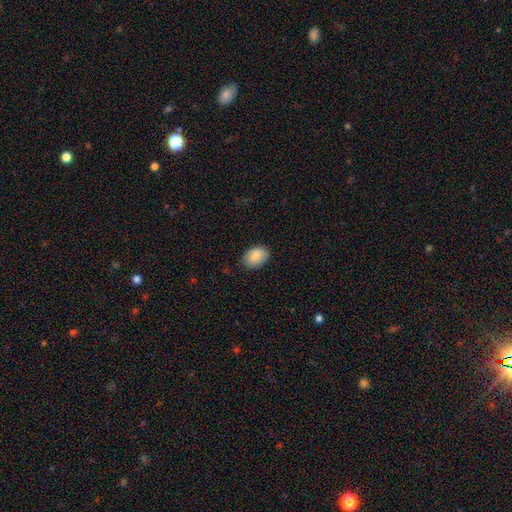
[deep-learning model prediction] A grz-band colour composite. It shows a smooth galaxy with no disk features (87%) that is in between round and cigar-shaped (85%). Merging: none (83%).